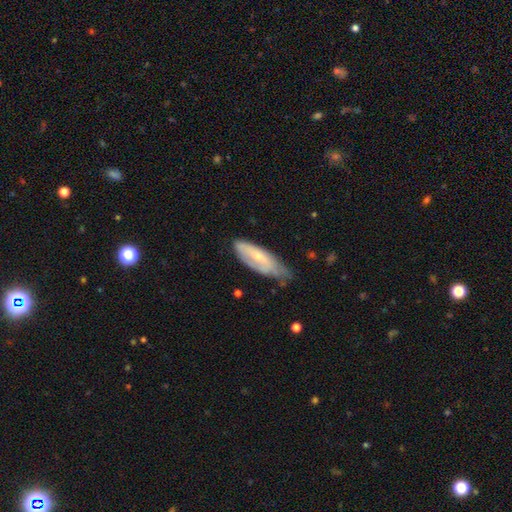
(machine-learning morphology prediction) A smooth galaxy with no disk features (48%).

Vote fractions:
- Smooth or featured? smooth: 48% / featured or disk: 45% / star or artifact: 7%
- Merging? minor disturbance: 42% (tied) / none: 42% (tied) / major disturbance: 14% / merger: 2%